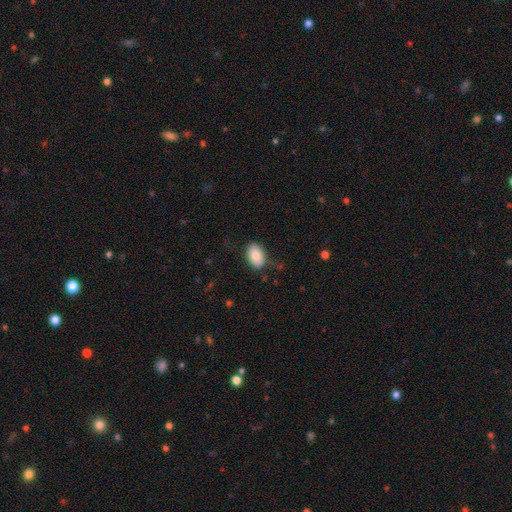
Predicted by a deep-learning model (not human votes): smooth_or_featured: smooth (p=0.84) [alt: featured or disk p=0.10]
how_rounded: in between (p=0.91) [alt: round p=0.08]
merging: none (p=0.80) [alt: minor disturbance p=0.15]